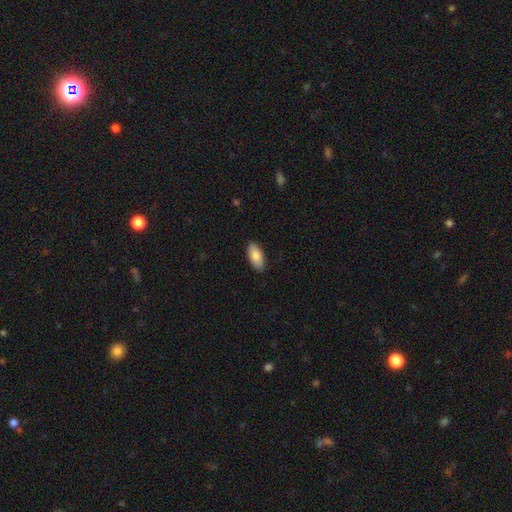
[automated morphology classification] smooth-or-featured: smooth: 85% | featured or disk: 9% | star or artifact: 6%
  how-rounded: in between: 93% | cigar-shaped: 5% | round: 2%
  merging: none: 88% | minor disturbance: 9% | major disturbance: 2% | merger: 1%